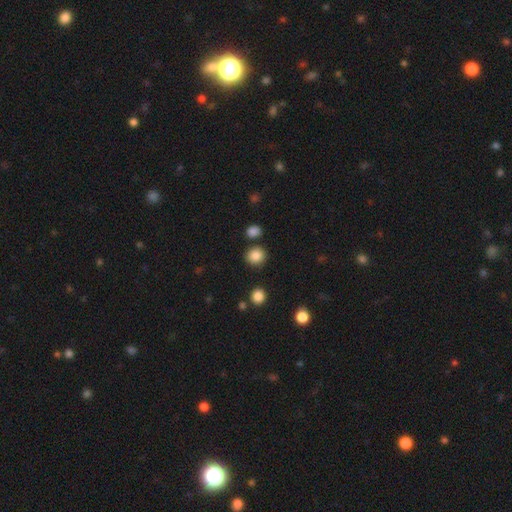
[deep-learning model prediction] This is clearly a smooth galaxy (86%). How rounded: clearly round (83%). Merging: clearly none (83%).